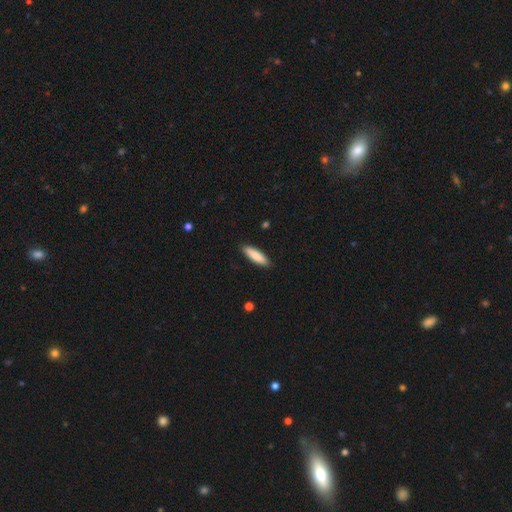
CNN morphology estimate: smooth_or_featured: smooth (p=0.86) [alt: featured or disk p=0.09]
how_rounded: cigar-shaped (p=0.64) [alt: in between p=0.35]
merging: none (p=0.90) [alt: minor disturbance p=0.08]